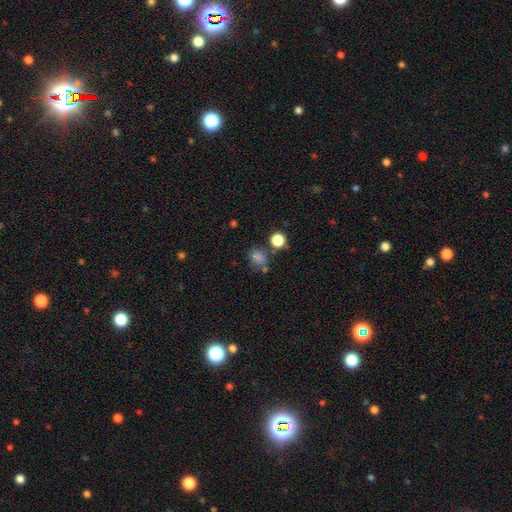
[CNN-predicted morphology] A smooth galaxy with no disk features (69%) that is round (62%). Merging: none (71%).